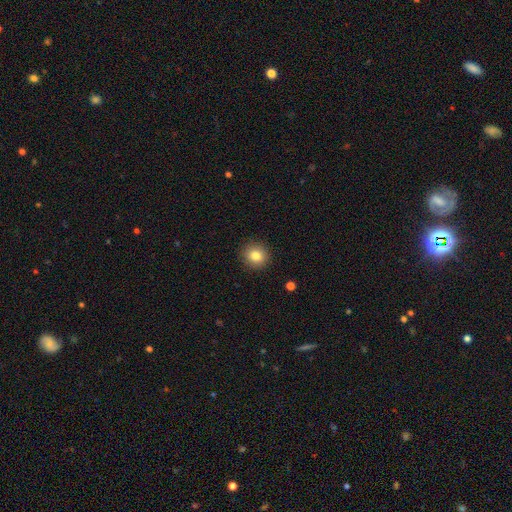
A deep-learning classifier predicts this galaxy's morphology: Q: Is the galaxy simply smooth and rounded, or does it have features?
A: smooth — 82%.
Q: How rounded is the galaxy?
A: round — 90%.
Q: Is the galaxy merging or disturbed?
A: none — 91%.